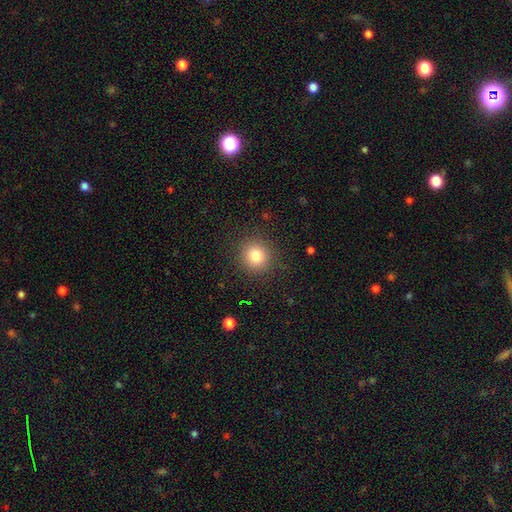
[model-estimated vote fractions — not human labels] Morphology: type=smooth (80%); roundness=round (93%); merging=none (89%).